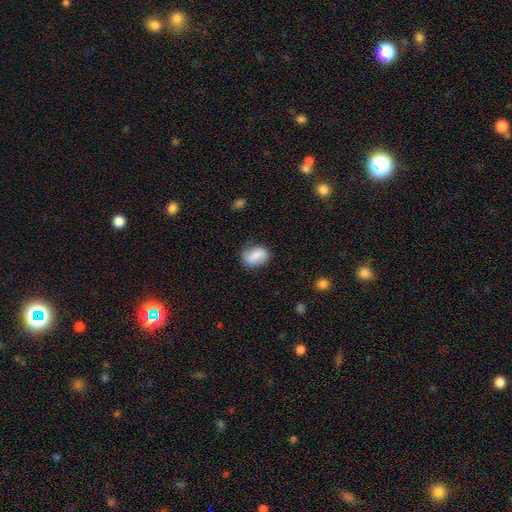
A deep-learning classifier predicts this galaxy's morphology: Q: Smooth or featured?
A: smooth (78%); runner-up: featured or disk (14%)
Q: How rounded?
A: in between (76%); runner-up: round (23%)
Q: Merging?
A: none (70%); runner-up: minor disturbance (22%)